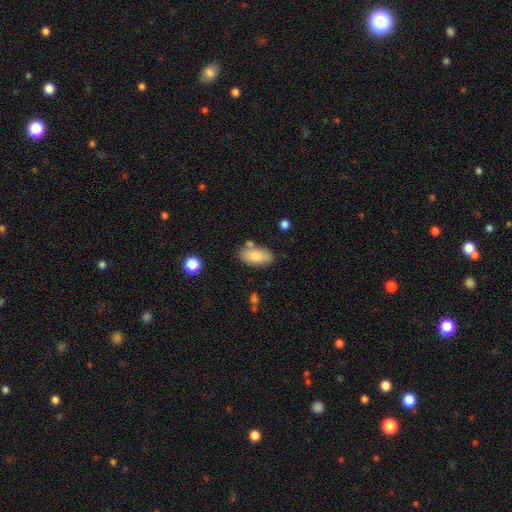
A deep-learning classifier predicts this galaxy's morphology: Overall: smooth (79%). How rounded: in between (93%). Merging: none (73%).